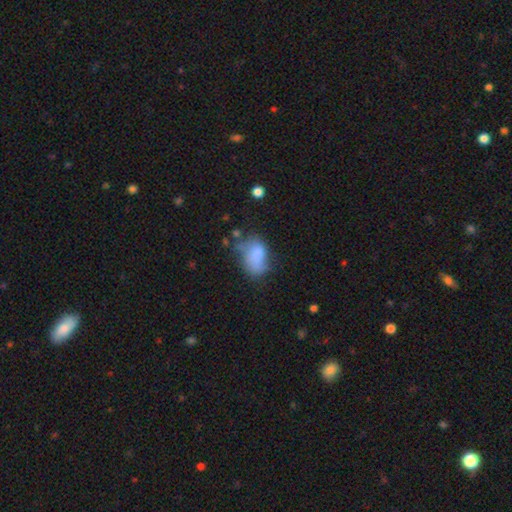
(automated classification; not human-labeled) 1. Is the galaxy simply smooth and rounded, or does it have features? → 74% smooth, 16% featured or disk, 10% star or artifact.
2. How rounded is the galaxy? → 87% in between, 12% round, 2% cigar-shaped.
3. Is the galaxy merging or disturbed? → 34% none, 33% minor disturbance, 23% major disturbance, 9% merger.